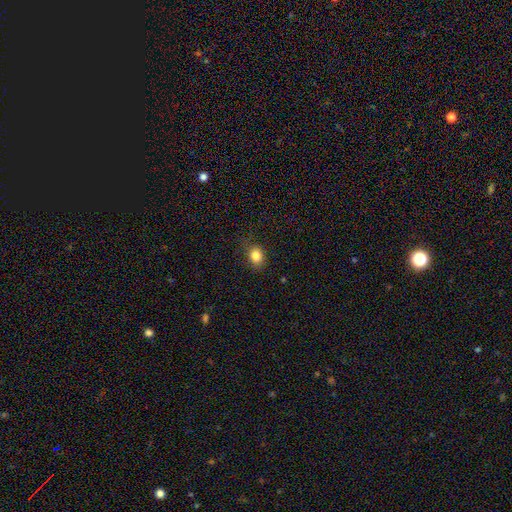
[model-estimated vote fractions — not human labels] A smooth galaxy with no disk features (83%) that is round (57%). Merging: none (81%).